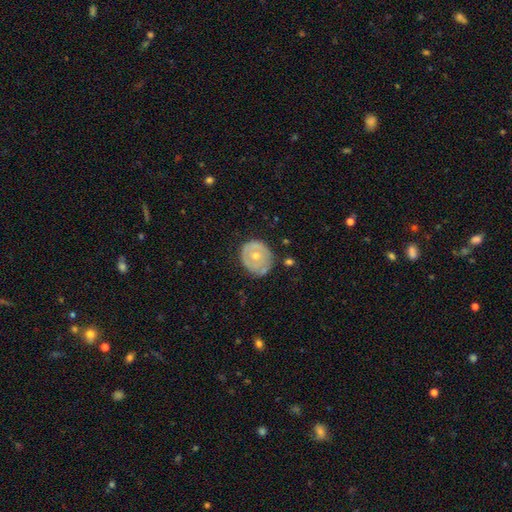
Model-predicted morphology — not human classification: smooth_or_featured: featured or disk (p=0.55) [alt: smooth p=0.39]
disk_edge_on: no (p=0.96) [alt: yes p=0.04]
bar: no (p=0.86) [alt: weak p=0.11]
has_spiral_arms: no (p=0.57) [alt: yes p=0.43]
bulge_size: moderate (p=0.58) [alt: small p=0.39]
merging: none (p=0.70) [alt: minor disturbance p=0.22]